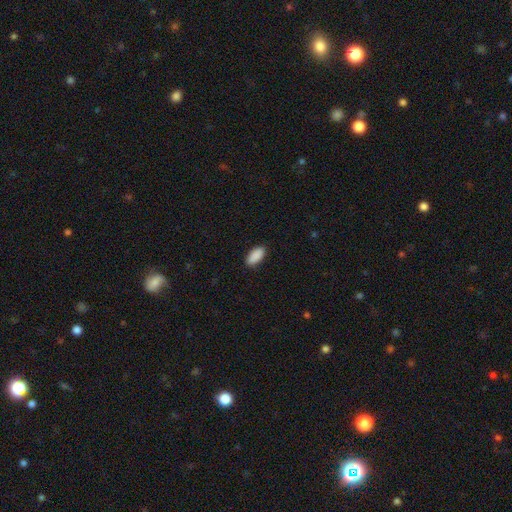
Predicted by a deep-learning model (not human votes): Overall: smooth (91%). How rounded: in between (92%). Merging: none (88%).